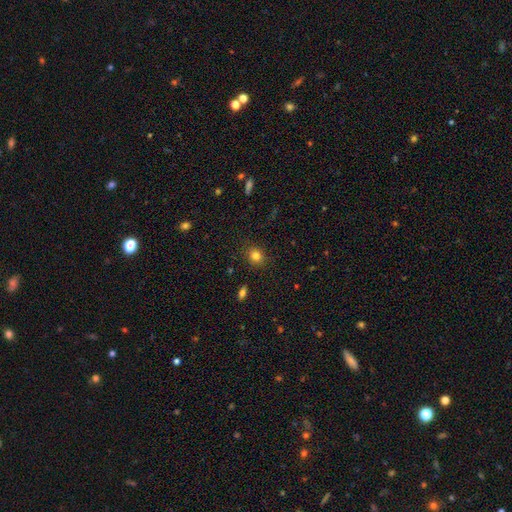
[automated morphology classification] smooth 82%, star or artifact 12%, featured or disk 6%. Down the decision tree: how rounded — round (71%); merging — none (87%).